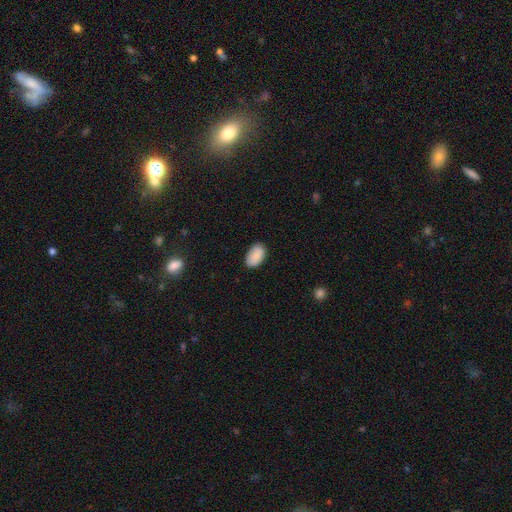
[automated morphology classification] Smooth or featured: smooth — 89% (star or artifact — 7%)
How rounded: in between — 93% (round — 6%)
Merging: none — 85% (minor disturbance — 12%)